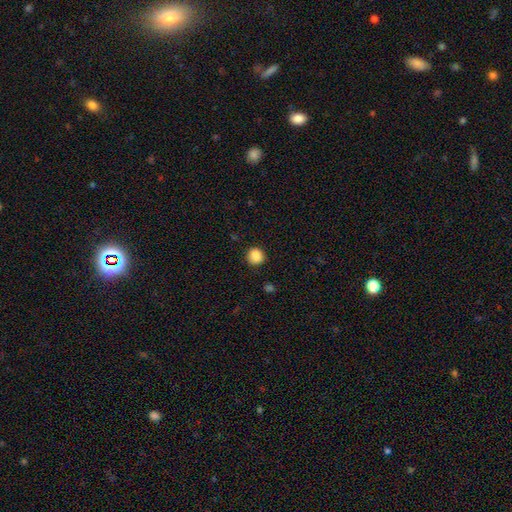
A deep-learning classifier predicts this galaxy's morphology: A smooth galaxy with no disk features (87%) that is round (85%).

Vote fractions:
- Smooth or featured? smooth: 87% / star or artifact: 10% / featured or disk: 4%
- How rounded? round: 85% / in between: 14% / cigar-shaped: 1%
- Merging? none: 86% / minor disturbance: 10% / major disturbance: 3% / merger: 2%